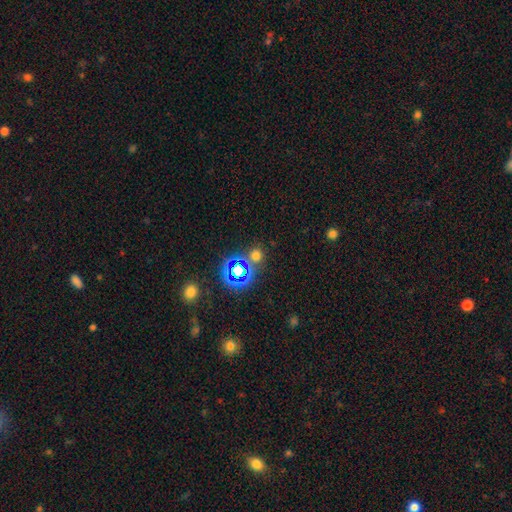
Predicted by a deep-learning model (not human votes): Smooth or featured?
  - smooth: 53% *
  - star or artifact: 41%
  - featured or disk: 6%
How rounded?
  - round: 85% *
  - in between: 14%
  - cigar-shaped: 1%
Merging?
  - none: 72% *
  - merger: 15%
  - minor disturbance: 8%
  - major disturbance: 4%